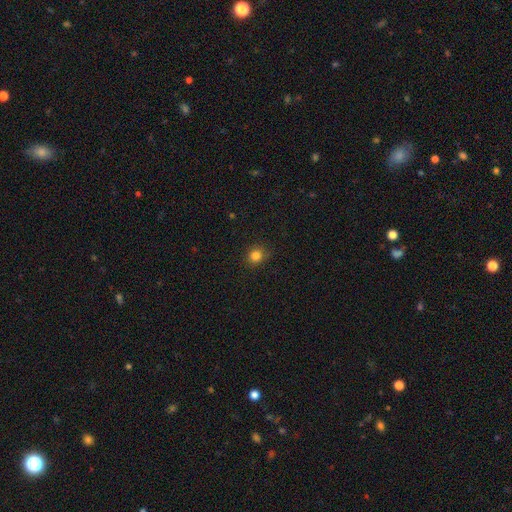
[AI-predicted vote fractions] A smooth galaxy with no disk features (83%) that is round (85%).

Vote fractions:
- Smooth or featured? smooth: 83% / star or artifact: 13% / featured or disk: 4%
- How rounded? round: 85% / in between: 14% / cigar-shaped: 1%
- Merging? none: 86% / minor disturbance: 10% / major disturbance: 3% / merger: 1%